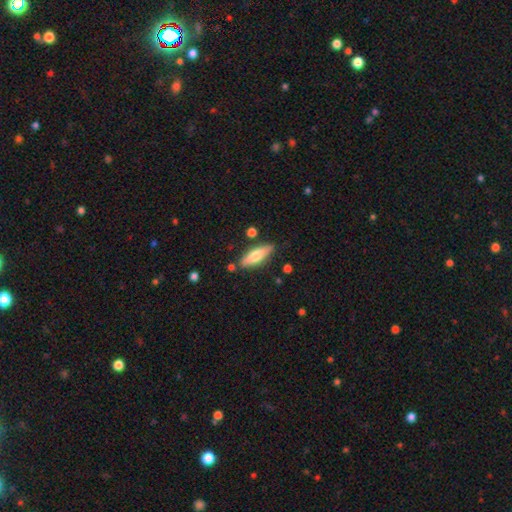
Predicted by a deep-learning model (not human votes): Smooth or featured?
  - smooth: 63% *
  - featured or disk: 31%
  - star or artifact: 6%
How rounded?
  - in between: 50% *
  - cigar-shaped: 48%
  - round: 2%
Merging?
  - none: 80% *
  - minor disturbance: 13%
  - merger: 4%
  - major disturbance: 3%